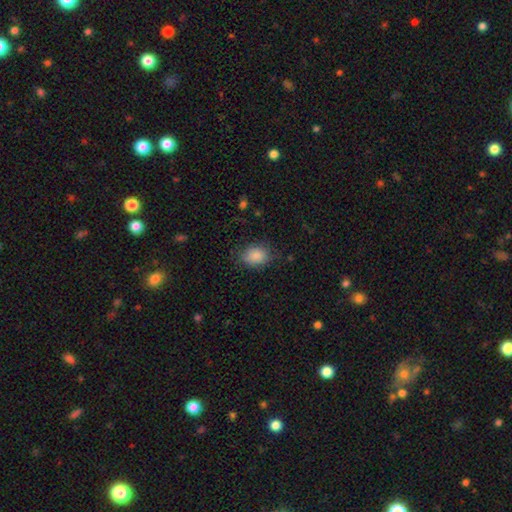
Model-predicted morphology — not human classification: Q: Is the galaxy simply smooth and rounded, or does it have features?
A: smooth — 87%.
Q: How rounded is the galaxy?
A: in between — 63%.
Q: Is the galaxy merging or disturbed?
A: none — 74%.